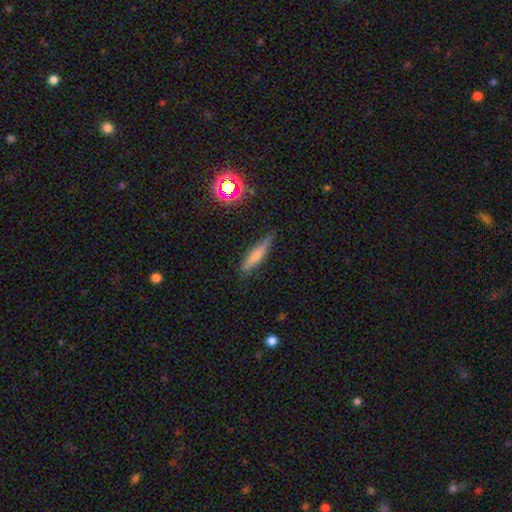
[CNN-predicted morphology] The model was most divided on "smooth or featured": smooth: 63%, featured or disk: 26%, star or artifact: 11%. More confident: how rounded — cigar-shaped (85%); merging — none (82%).